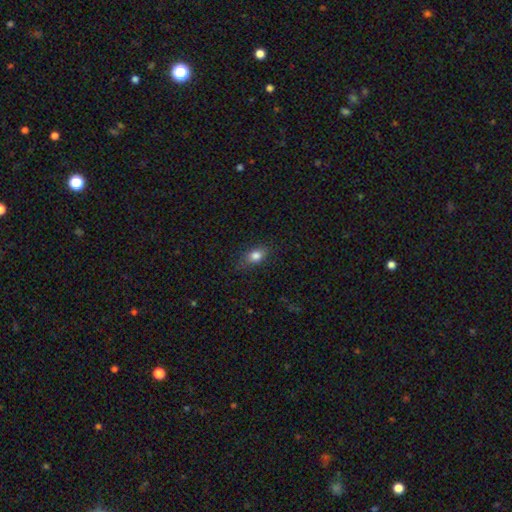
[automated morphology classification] Overall: smooth (81%). How rounded: in between (75%). Merging: none (78%).